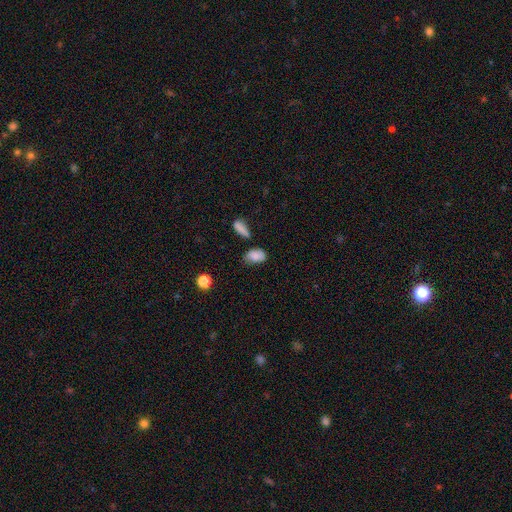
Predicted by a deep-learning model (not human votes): smooth 85%, star or artifact 9%, featured or disk 6%. Down the decision tree: how rounded — in between (87%); merging — none (59%).